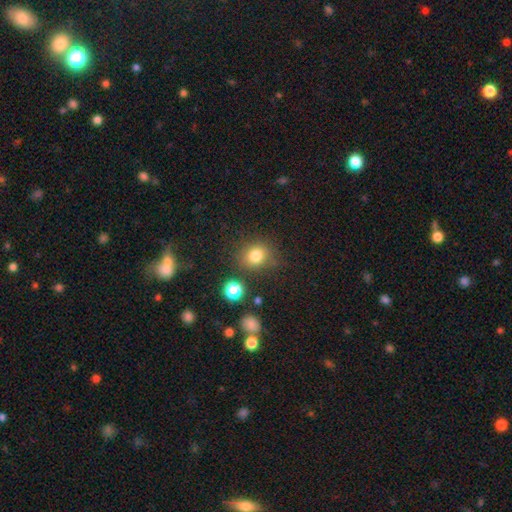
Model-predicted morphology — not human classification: Smooth or featured?
  - smooth: 79% *
  - star or artifact: 15%
  - featured or disk: 7%
How rounded?
  - round: 73% *
  - in between: 26%
  - cigar-shaped: 1%
Merging?
  - none: 78% *
  - minor disturbance: 13%
  - major disturbance: 5%
  - merger: 5%